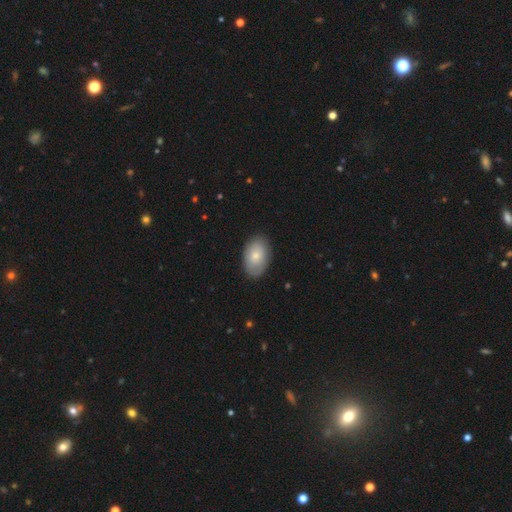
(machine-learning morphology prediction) Smooth or featured? Predicted: smooth (p=0.73). How rounded? Predicted: in between (p=0.90). Merging? Predicted: none (p=0.84).